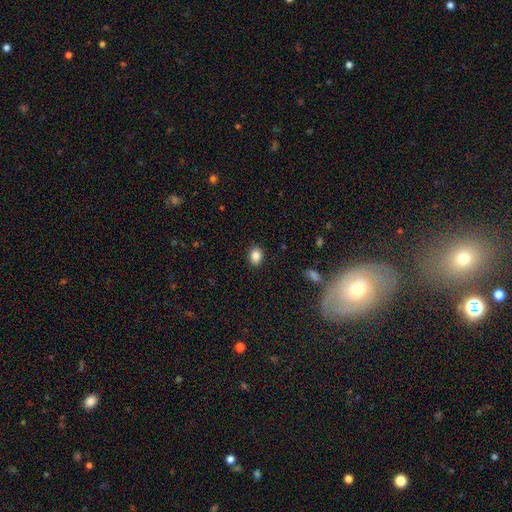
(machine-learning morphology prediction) This appears to be a smooth galaxy with no disk features (86%) that is in between round and cigar-shaped (51%). Merging: none (89%).